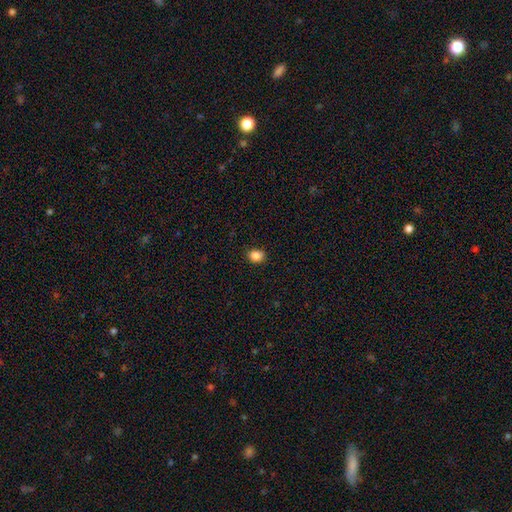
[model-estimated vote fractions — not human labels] smooth 86%, star or artifact 11%, featured or disk 4%. Down the decision tree: how rounded — round (59%); merging — none (87%).